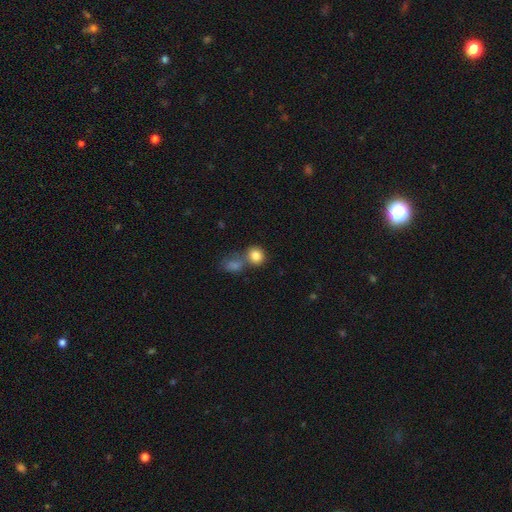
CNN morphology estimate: type=smooth (83%); roundness=round (78%); merging=none (52%).